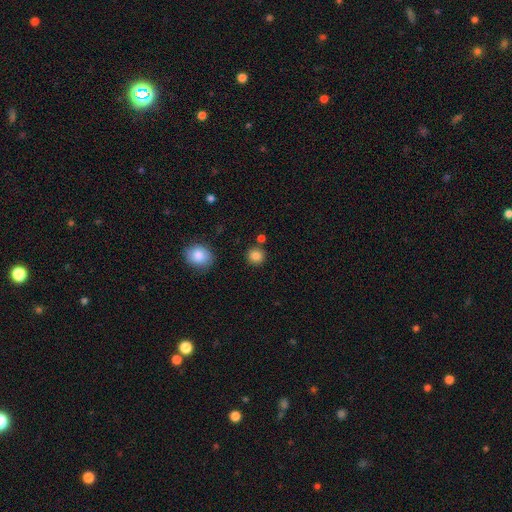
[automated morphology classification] Smooth or featured? smooth (84%)
How rounded? round (92%)
Merging? none (85%)